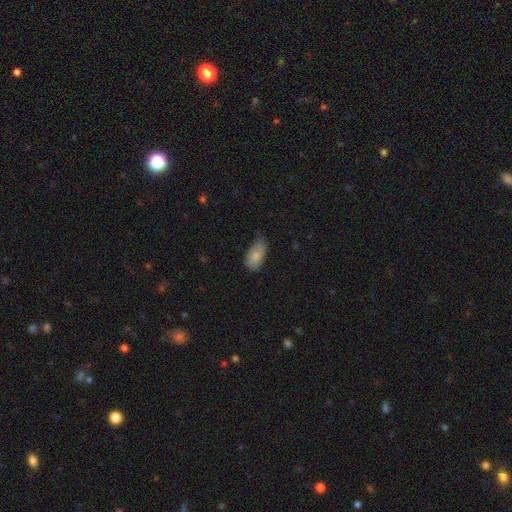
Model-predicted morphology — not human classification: This is likely a smooth galaxy (79%). How rounded: clearly in between (93%). Merging: possibly none (47%).